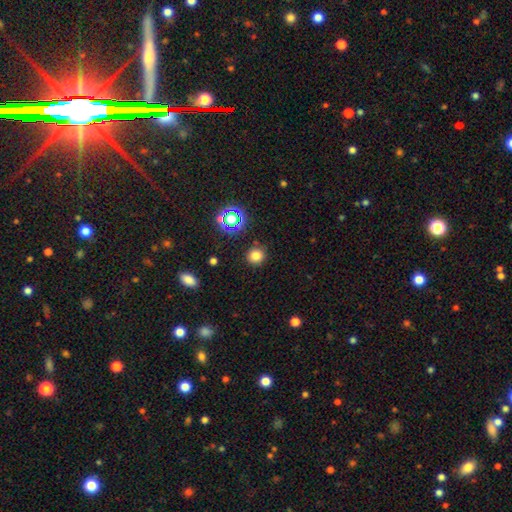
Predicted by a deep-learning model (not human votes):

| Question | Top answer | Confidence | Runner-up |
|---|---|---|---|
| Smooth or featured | smooth | 77% | star or artifact (17%) |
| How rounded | round | 91% | in between (8%) |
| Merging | none | 89% | minor disturbance (7%) |